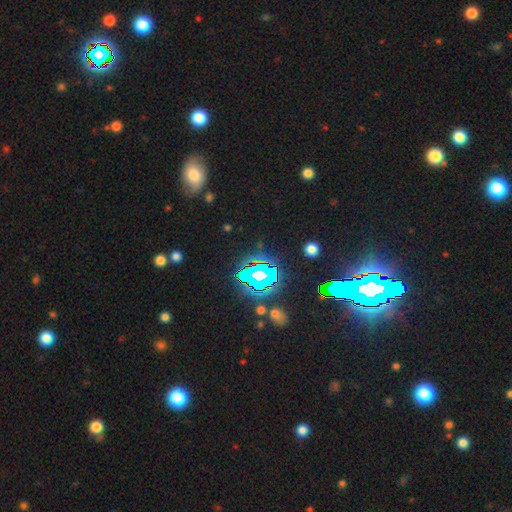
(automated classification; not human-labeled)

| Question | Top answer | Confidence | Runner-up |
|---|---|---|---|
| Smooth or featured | star or artifact | 79% | smooth (13%) |